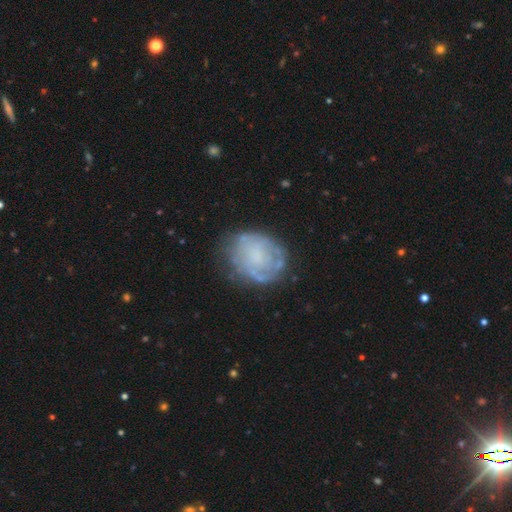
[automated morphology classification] smooth_or_featured: featured or disk (p=0.55) [alt: smooth p=0.35]
disk_edge_on: no (p=0.97) [alt: yes p=0.03]
bar: no (p=0.83) [alt: weak p=0.14]
has_spiral_arms: yes (p=0.53) [alt: no p=0.47]
bulge_size: none (p=0.44) [alt: small p=0.30]
merging: none (p=0.65) [alt: minor disturbance p=0.22]